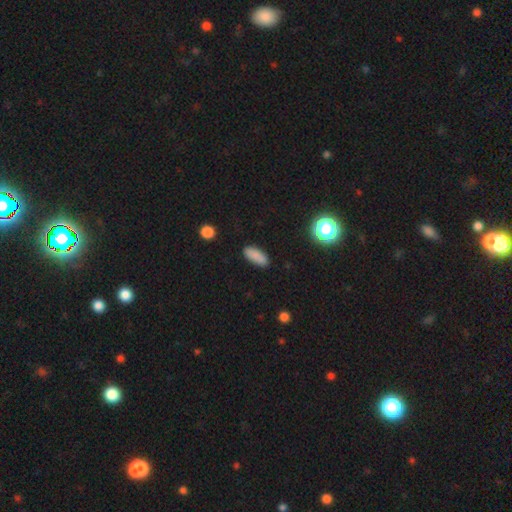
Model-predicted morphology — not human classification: Smooth or featured? Predicted: smooth (p=0.85). How rounded? Predicted: in between (p=0.80). Merging? Predicted: none (p=0.84).